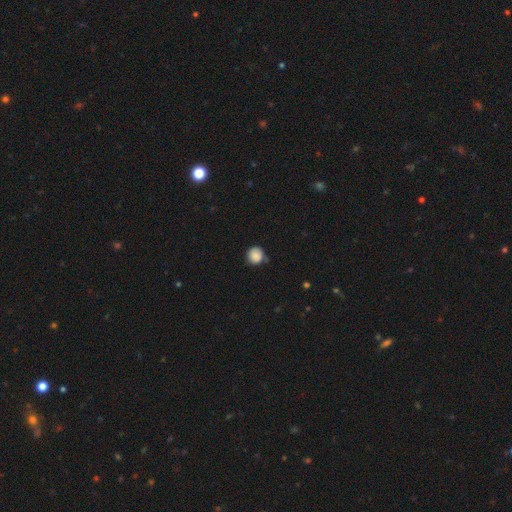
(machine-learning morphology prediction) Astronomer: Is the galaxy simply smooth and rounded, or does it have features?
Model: smooth — 87%.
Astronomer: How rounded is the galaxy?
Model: round — 91%.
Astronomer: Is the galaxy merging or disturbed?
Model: none — 74%.